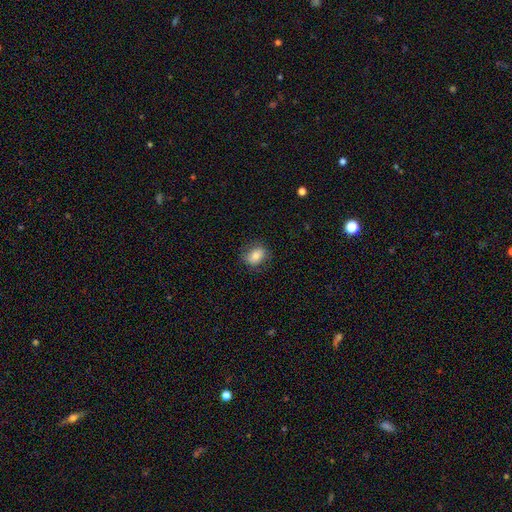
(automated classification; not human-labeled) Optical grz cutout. It shows a smooth galaxy with no disk features (76%) that is in between round and cigar-shaped (60%). Merging: none (80%).